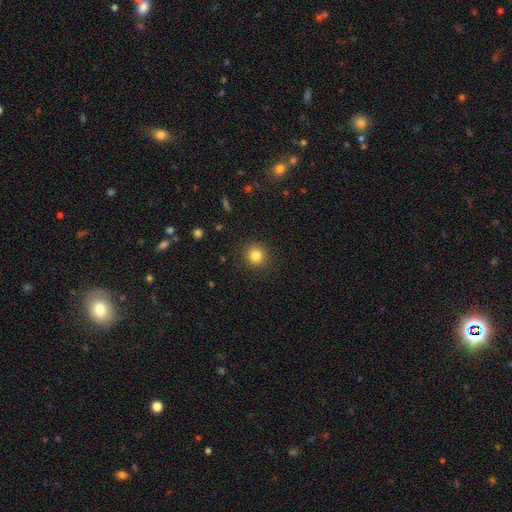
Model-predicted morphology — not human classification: Smooth or featured? Predicted: smooth (p=0.83). How rounded? Predicted: round (p=0.92). Merging? Predicted: none (p=0.90).